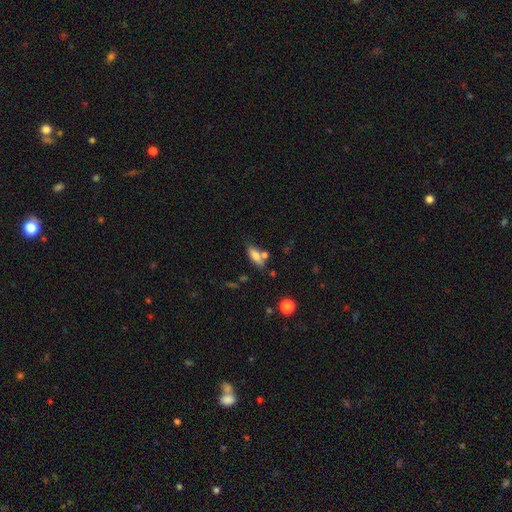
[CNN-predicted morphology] Smooth or featured?
  - smooth: 70% *
  - featured or disk: 21%
  - star or artifact: 9%
How rounded?
  - in between: 64% *
  - cigar-shaped: 33%
  - round: 4%
Merging?
  - none: 58% *
  - merger: 22%
  - minor disturbance: 15%
  - major disturbance: 5%